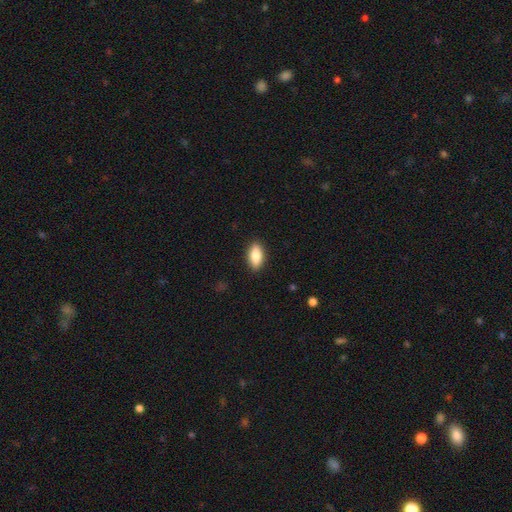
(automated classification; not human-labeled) Smooth or featured?
  - smooth: 84% *
  - featured or disk: 9%
  - star or artifact: 6%
How rounded?
  - in between: 89% *
  - cigar-shaped: 8%
  - round: 3%
Merging?
  - none: 89% *
  - minor disturbance: 8%
  - major disturbance: 2%
  - merger: 1%